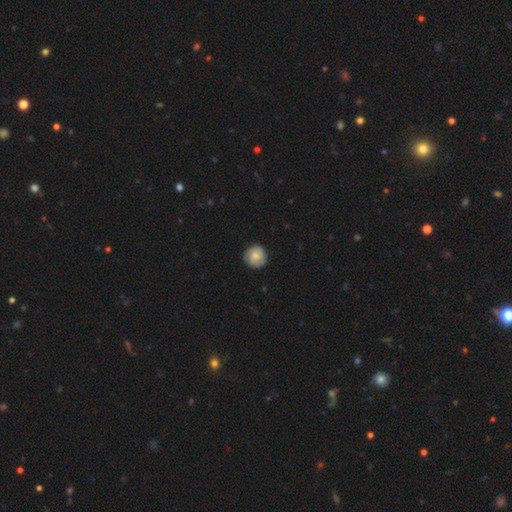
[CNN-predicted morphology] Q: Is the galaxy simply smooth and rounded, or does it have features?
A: smooth — 73%.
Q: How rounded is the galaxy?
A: round — 93%.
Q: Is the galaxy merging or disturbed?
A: none — 85%.